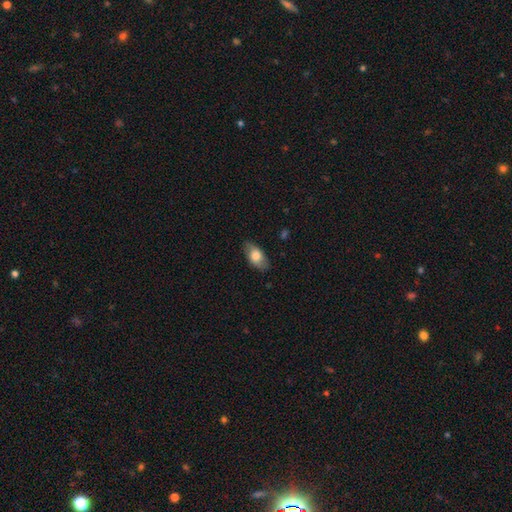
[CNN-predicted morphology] Q: Smooth or featured?
A: smooth (74%); runner-up: featured or disk (20%)
Q: How rounded?
A: in between (91%); runner-up: round (4%)
Q: Merging?
A: none (81%); runner-up: minor disturbance (15%)